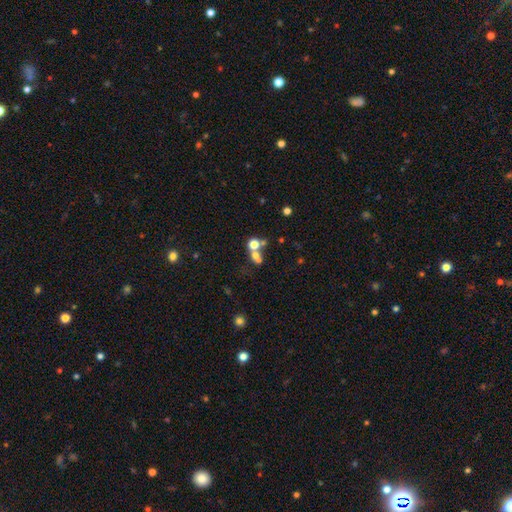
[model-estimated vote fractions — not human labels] A smooth galaxy with no disk features (62%) that is round (75%). Merging: merger (55%).